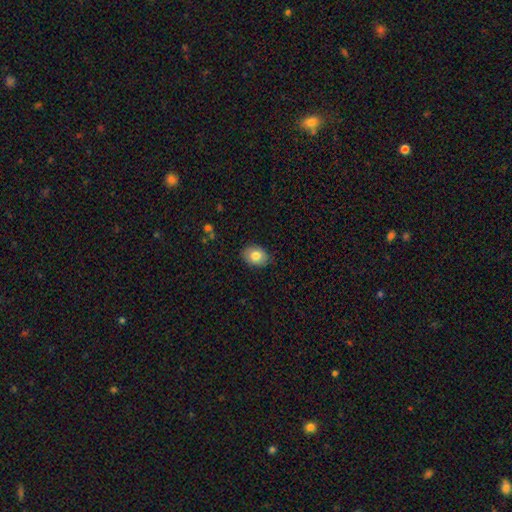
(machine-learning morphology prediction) Smooth or featured? Predicted: smooth (p=0.82). How rounded? Predicted: in between (p=0.72). Merging? Predicted: none (p=0.86).